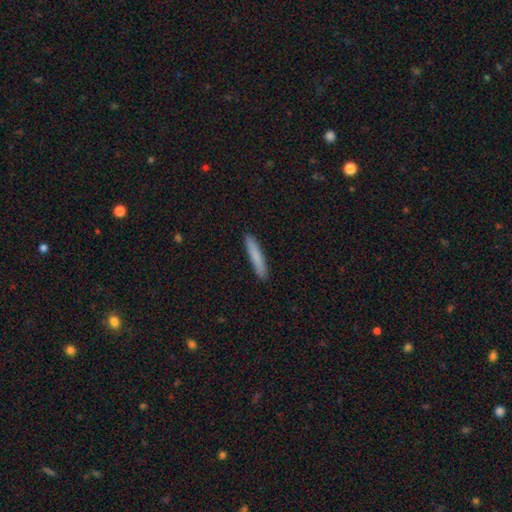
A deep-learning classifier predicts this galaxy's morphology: A smooth galaxy with no disk features (81%) that is cigar-shaped (94%). Merging: none (91%).